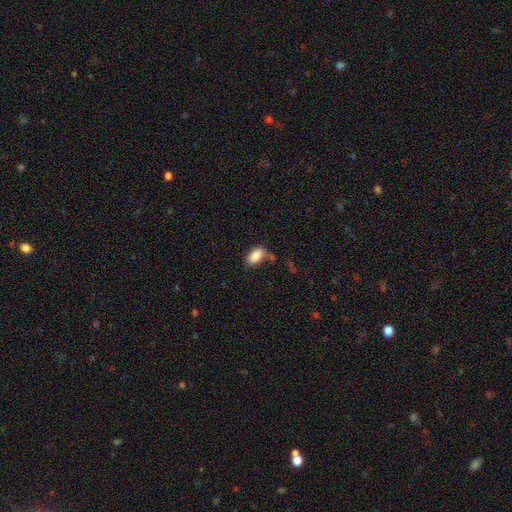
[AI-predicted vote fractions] smooth_or_featured: smooth (p=0.86) [alt: star or artifact p=0.08]
how_rounded: in between (p=0.93) [alt: round p=0.04]
merging: none (p=0.59) [alt: minor disturbance p=0.22]